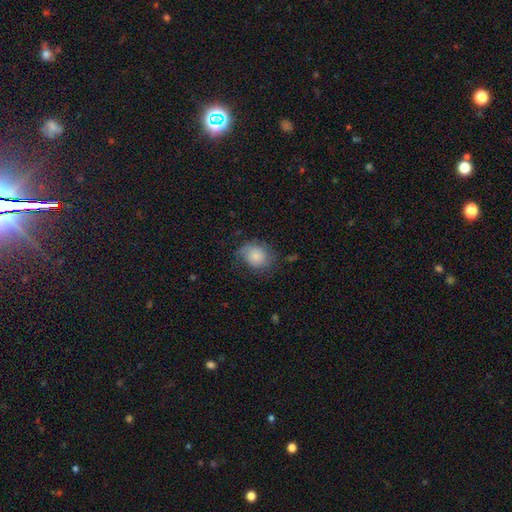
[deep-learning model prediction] Overall: smooth (73%). How rounded: round (54%; in between 45%). Merging: none (53%; minor disturbance 29%).